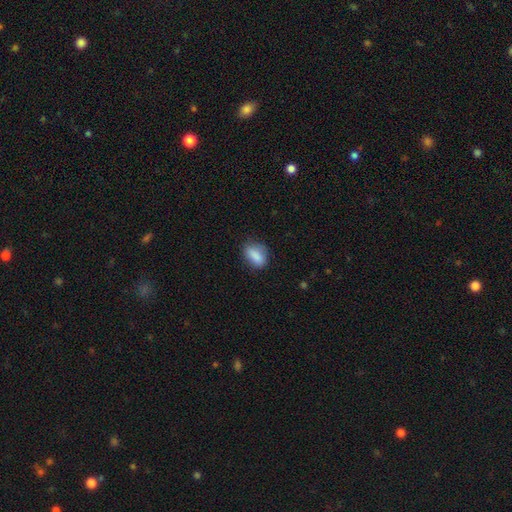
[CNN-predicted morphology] Smooth or featured? smooth (85%)
How rounded? in between (81%)
Merging? none (72%)